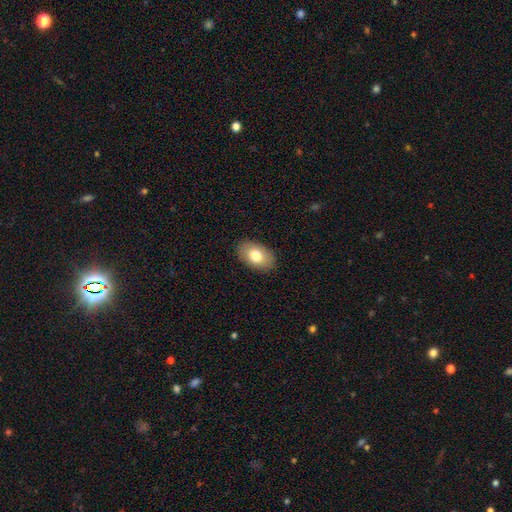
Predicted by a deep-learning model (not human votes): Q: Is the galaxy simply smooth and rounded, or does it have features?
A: smooth — 78%.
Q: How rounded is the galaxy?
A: in between — 91%.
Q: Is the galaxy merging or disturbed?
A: none — 88%.